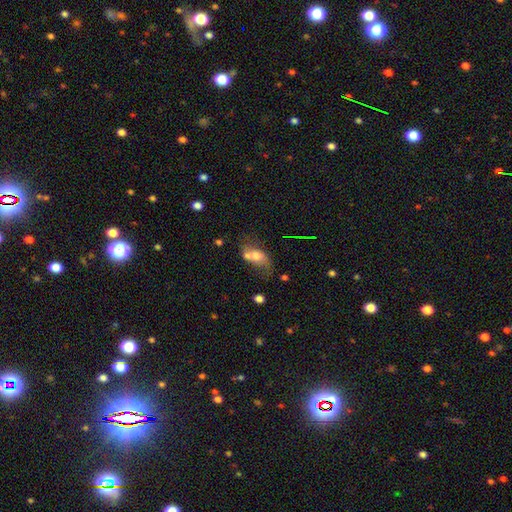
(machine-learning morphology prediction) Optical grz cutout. It shows a smooth galaxy with no disk features (52%) that is in between round and cigar-shaped (82%). Merging: merger (34%).